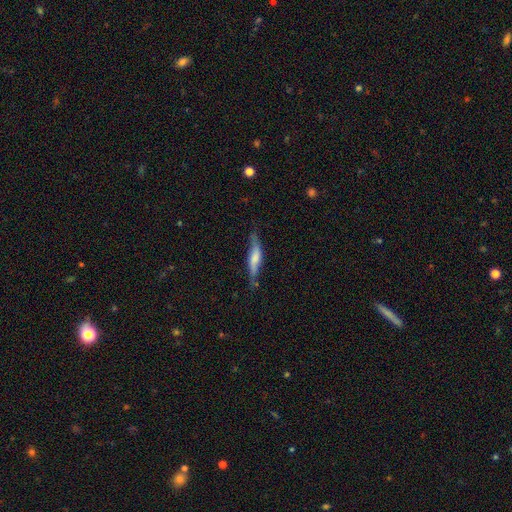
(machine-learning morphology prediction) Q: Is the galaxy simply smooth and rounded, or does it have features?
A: featured or disk — 60%.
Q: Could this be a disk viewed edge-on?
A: yes — 86%.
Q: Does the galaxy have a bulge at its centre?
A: rounded — 69%.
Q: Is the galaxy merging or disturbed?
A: none — 78%.